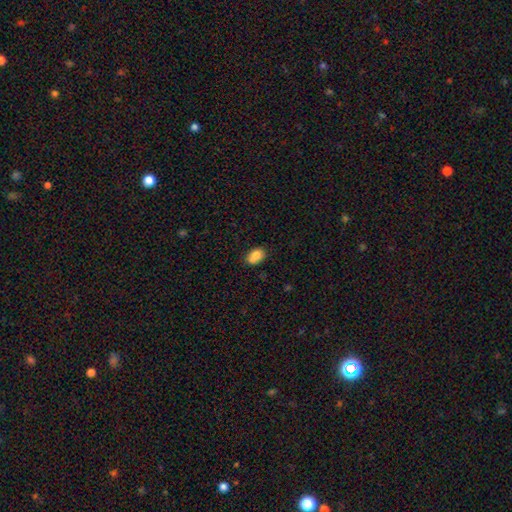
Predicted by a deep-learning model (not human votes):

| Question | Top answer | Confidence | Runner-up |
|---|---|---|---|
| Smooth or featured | smooth | 80% | featured or disk (11%) |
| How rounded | in between | 80% | round (18%) |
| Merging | none | 55% | merger (21%) |